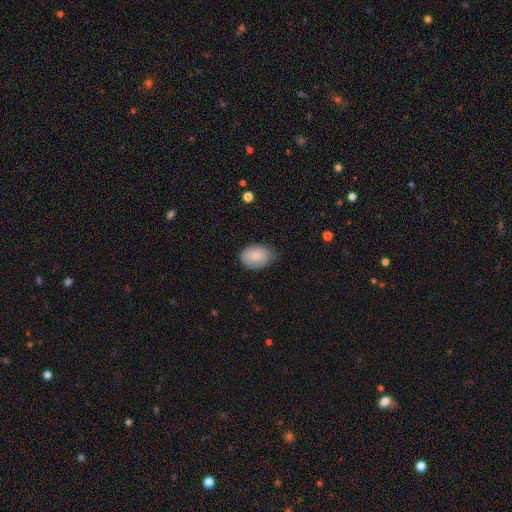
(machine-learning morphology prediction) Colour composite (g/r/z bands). It shows a smooth galaxy with no disk features (82%) that is in between round and cigar-shaped (73%). Merging: none (69%).